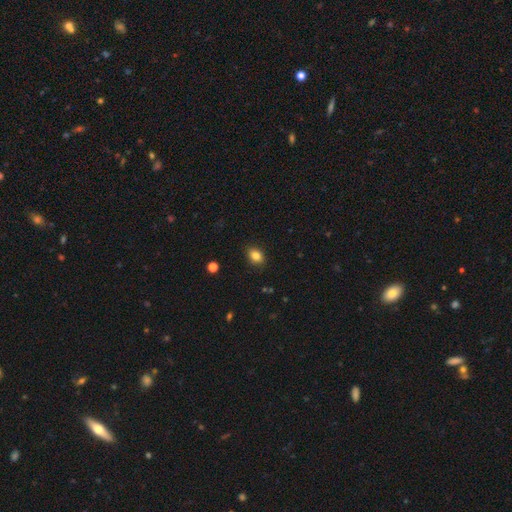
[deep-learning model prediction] A smooth galaxy with no disk features (83%) that is in between round and cigar-shaped (71%). Merging: none (86%).